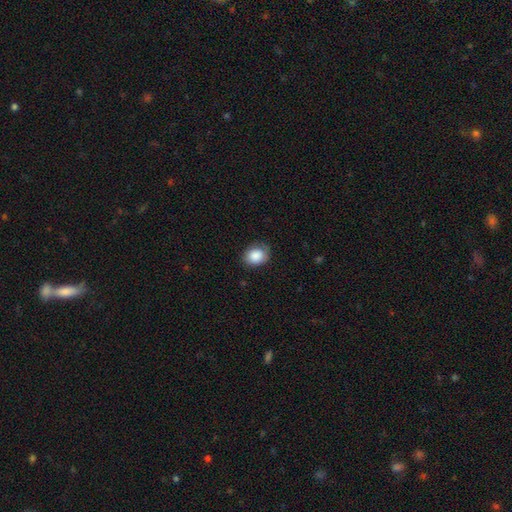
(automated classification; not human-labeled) This appears to be a smooth galaxy with no disk features (86%) that is in between round and cigar-shaped (52%). Merging: none (74%).